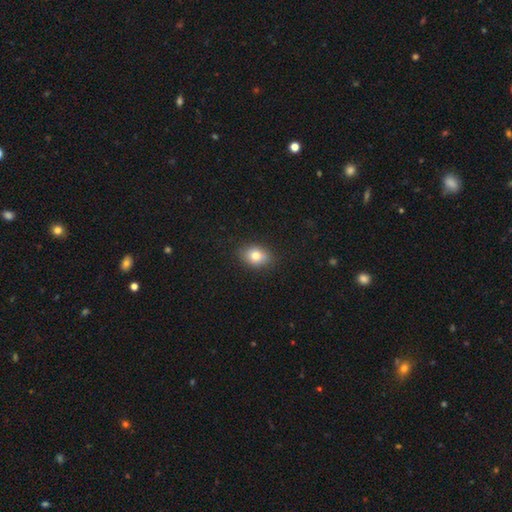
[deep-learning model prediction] This appears to be a smooth galaxy with no disk features (79%) that is in between round and cigar-shaped (68%). Merging: none (87%).